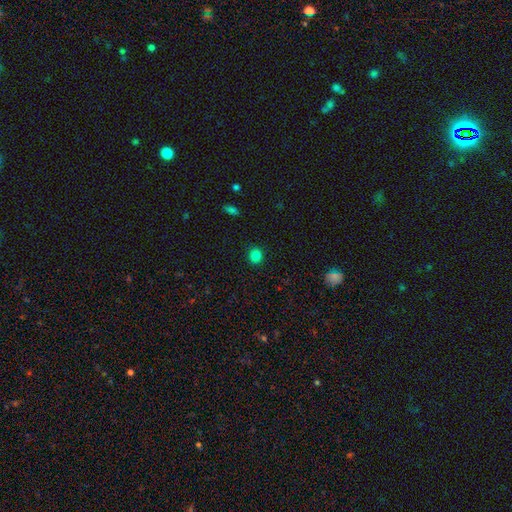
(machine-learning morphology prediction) Smooth or featured?
  - smooth: 83% *
  - star or artifact: 13%
  - featured or disk: 4%
How rounded?
  - round: 83% *
  - in between: 16%
  - cigar-shaped: 1%
Merging?
  - none: 89% *
  - minor disturbance: 7%
  - major disturbance: 2%
  - merger: 1%